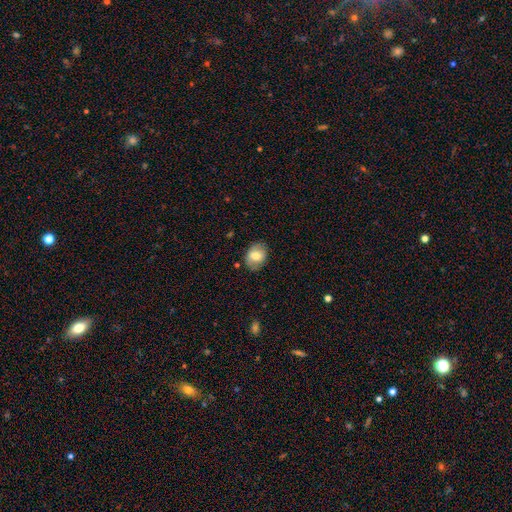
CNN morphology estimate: A smooth galaxy with no disk features (70%) that is in between round and cigar-shaped (65%). Merging: none (80%).